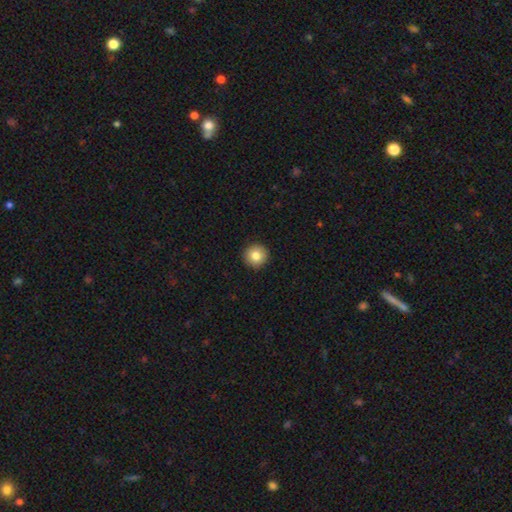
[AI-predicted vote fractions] smooth 84%, star or artifact 9%, featured or disk 8%. Down the decision tree: how rounded — round (96%); merging — none (93%).